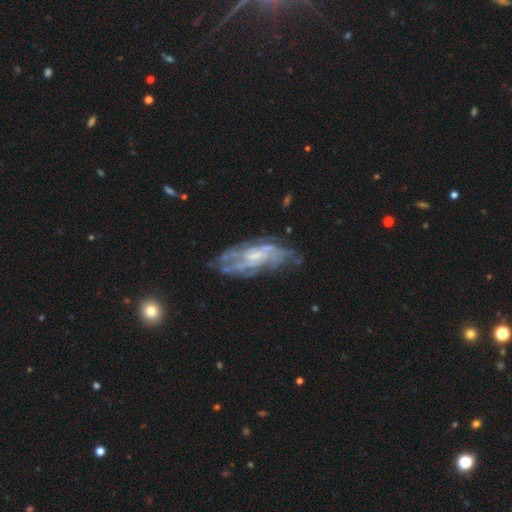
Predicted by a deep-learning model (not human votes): smooth-or-featured: featured or disk: 80% | smooth: 12% | star or artifact: 8%
  disk-edge-on: no: 88% | yes: 12%
    bar: no: 57% | weak: 35% | strong: 8%
    has-spiral-arms: yes: 79% | no: 21%
      spiral-winding: tight: 44% | medium: 38% | loose: 18%
      spiral-arm-count: can't tell: 54% | 2: 14% | 3: 12% | 4: 11% | more than 4: 5% | 1: 4%
    bulge-size: small: 58% | moderate: 24% | none: 15% | large: 2% | dominant: 1%
  merging: none: 60% | minor disturbance: 23% | major disturbance: 14% | merger: 3%